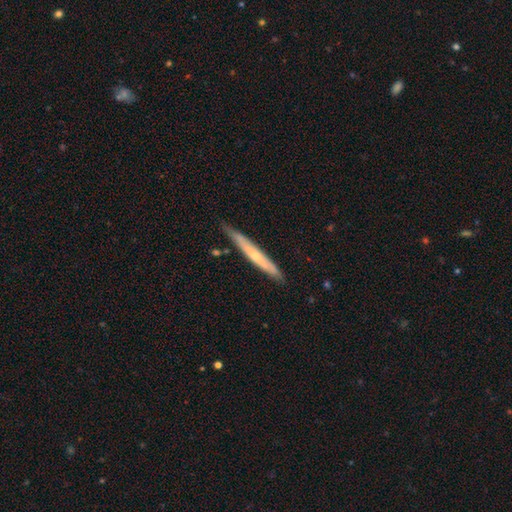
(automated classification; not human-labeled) A featured or disk galaxy (50%) viewed edge-on (92%). Merging: none (81%).